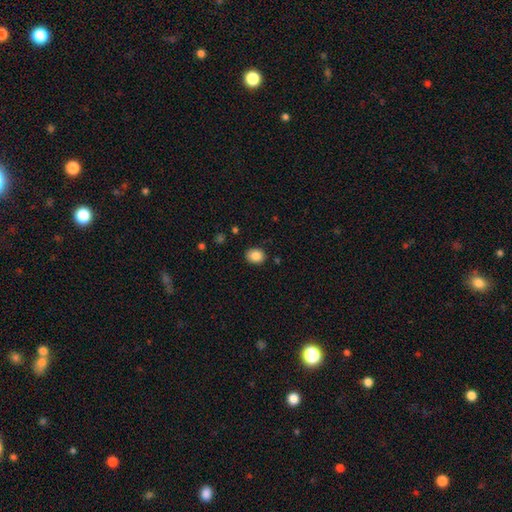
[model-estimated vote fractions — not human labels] Smooth or featured? smooth (86%)
How rounded? round (53%)
Merging? none (87%)